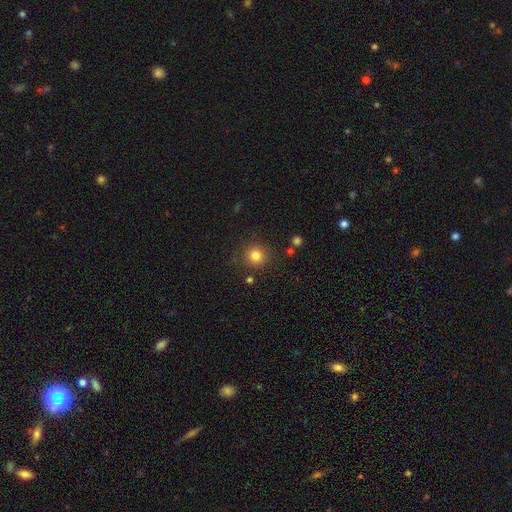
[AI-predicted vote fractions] This is clearly a smooth galaxy (82%). How rounded: clearly round (93%). Merging: clearly none (86%).